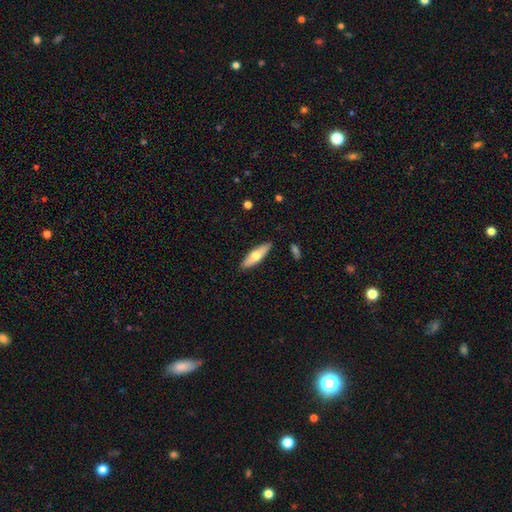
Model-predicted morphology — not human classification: This is possibly a smooth galaxy (52%). How rounded: likely cigar-shaped (60%). Merging: clearly none (88%).